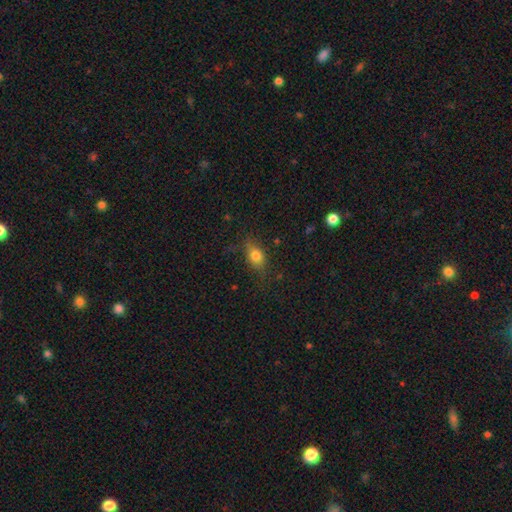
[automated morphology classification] smooth_or_featured: smooth (p=0.78) [alt: star or artifact p=0.12]
how_rounded: in between (p=0.68) [alt: round p=0.28]
merging: none (p=0.71) [alt: minor disturbance p=0.21]